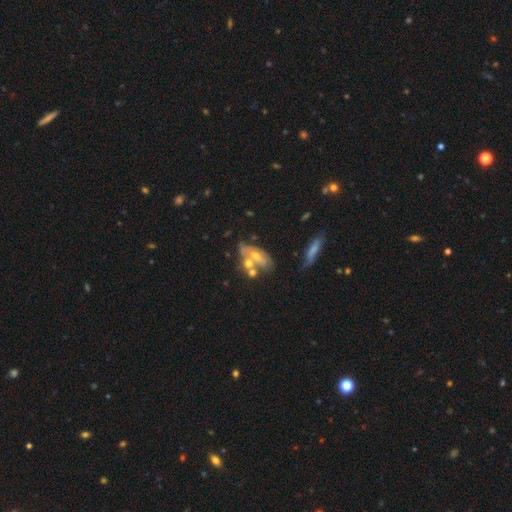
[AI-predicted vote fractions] A featured or disk galaxy (55%).

Vote fractions:
- Smooth or featured? featured or disk: 55% / smooth: 35% / star or artifact: 9%
- Edge-on disk? no: 88% / yes: 12%
- Merging? merger: 41% / none: 29% / minor disturbance: 18% / major disturbance: 13%